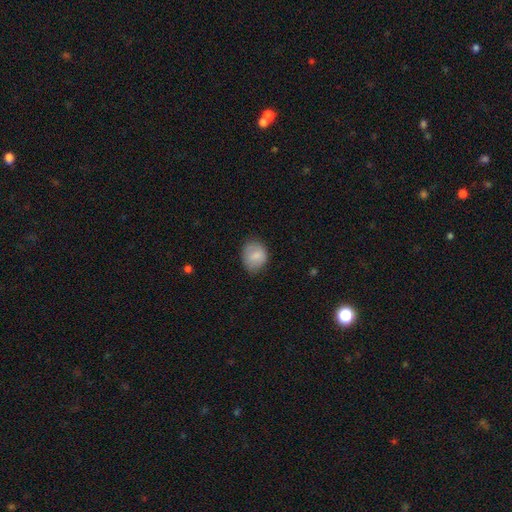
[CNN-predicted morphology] The model was most divided on "how rounded": round: 53%, in between: 46%, cigar-shaped: 1%. More confident: smooth or featured — smooth (82%); merging — none (71%).